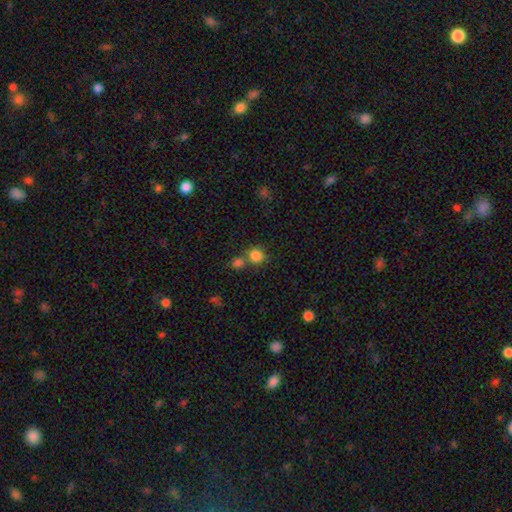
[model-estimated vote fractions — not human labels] smooth_or_featured: smooth (p=0.83) [alt: star or artifact p=0.12]
how_rounded: round (p=0.85) [alt: in between p=0.14]
merging: none (p=0.56) [alt: merger p=0.32]